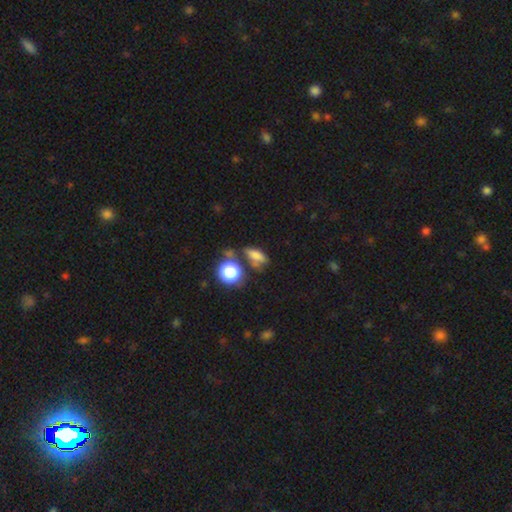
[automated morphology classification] Smooth or featured?
  - smooth: 75% *
  - star or artifact: 13%
  - featured or disk: 12%
How rounded?
  - in between: 65% *
  - round: 19%
  - cigar-shaped: 16%
Merging?
  - none: 53% *
  - minor disturbance: 19%
  - merger: 18%
  - major disturbance: 9%